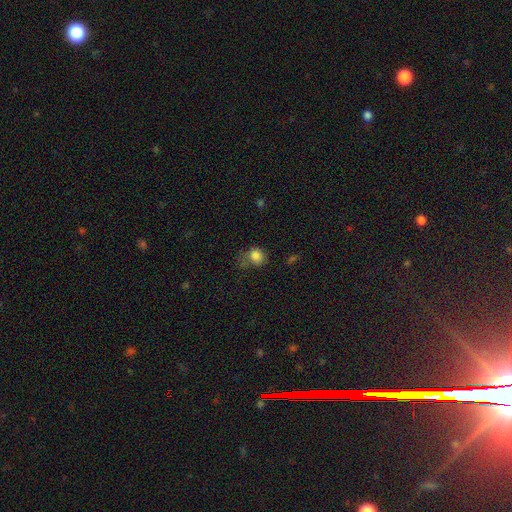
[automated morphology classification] Q: Smooth or featured?
A: smooth (82%); runner-up: star or artifact (11%)
Q: How rounded?
A: round (66%); runner-up: in between (33%)
Q: Merging?
A: none (39%); runner-up: minor disturbance (30%)